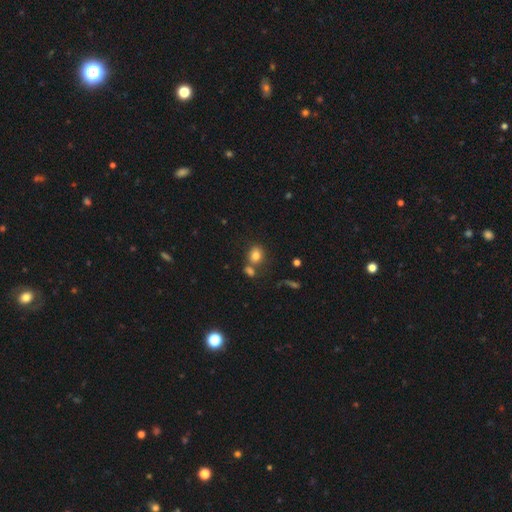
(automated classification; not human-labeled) Overall: smooth (80%). How rounded: round (56%; in between 43%). Merging: none (60%; merger 24%).